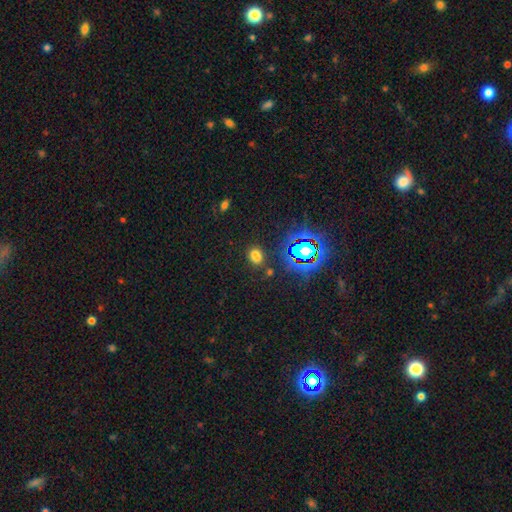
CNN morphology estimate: Smooth or featured?
  - smooth: 66% *
  - star or artifact: 27%
  - featured or disk: 7%
How rounded?
  - in between: 63% *
  - round: 35%
  - cigar-shaped: 2%
Merging?
  - none: 81% *
  - minor disturbance: 11%
  - merger: 5%
  - major disturbance: 4%